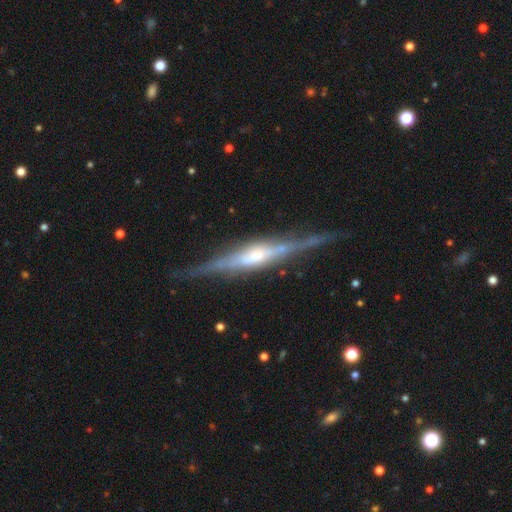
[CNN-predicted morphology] Smooth or featured: featured or disk — 84% (smooth — 10%)
Edge-on disk: yes — 97% (no — 3%)
Edge-on bulge: rounded — 52% (boxy — 38%)
Merging: none — 82% (minor disturbance — 13%)